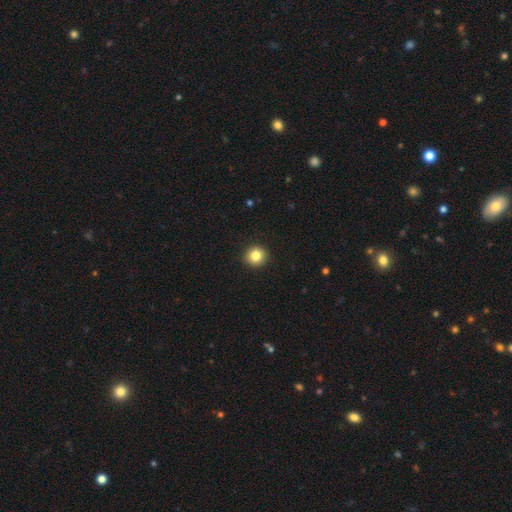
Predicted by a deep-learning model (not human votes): Smooth or featured? smooth (84%)
How rounded? round (91%)
Merging? none (93%)